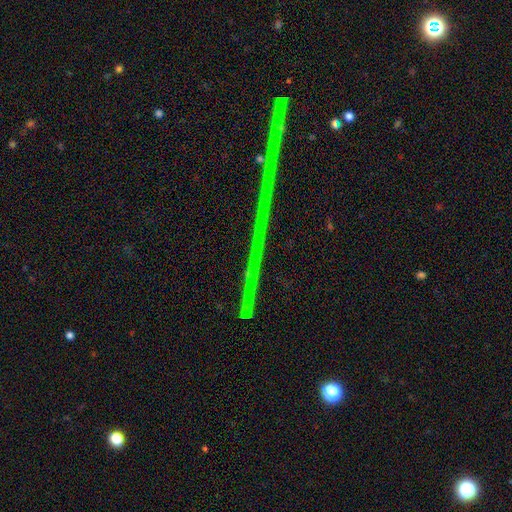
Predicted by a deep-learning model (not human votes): Q: Smooth or featured?
A: star or artifact (82%); runner-up: featured or disk (12%)